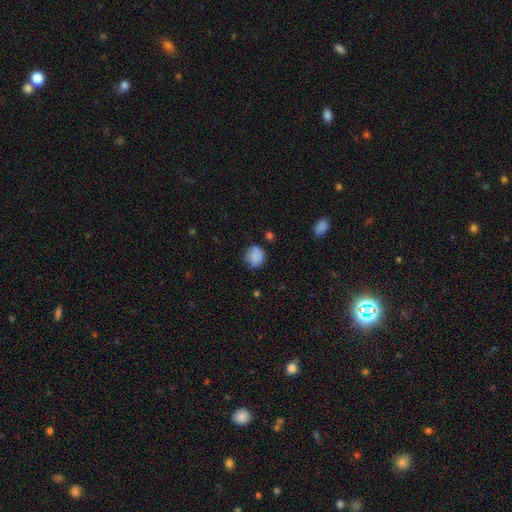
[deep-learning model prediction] smooth-or-featured: smooth: 85% | star or artifact: 9% | featured or disk: 6%
  how-rounded: round: 81% | in between: 18% | cigar-shaped: 1%
  merging: none: 73% | minor disturbance: 20% | major disturbance: 5% | merger: 3%